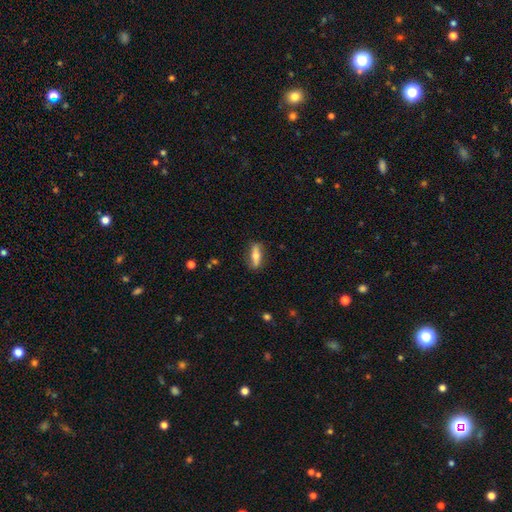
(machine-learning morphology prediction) Smooth or featured? smooth (51%)
How rounded? in between (51%)
Merging? none (80%)